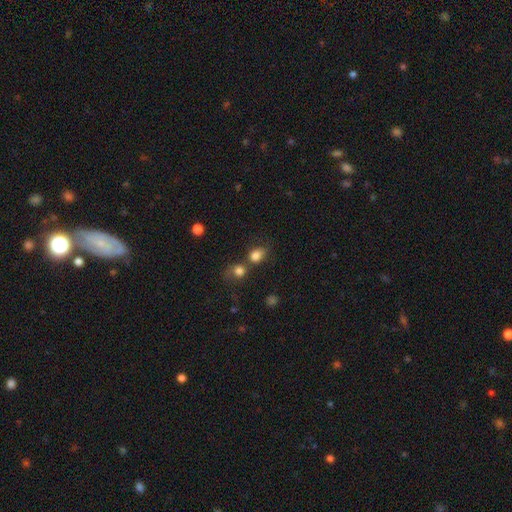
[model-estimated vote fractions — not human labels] Smooth or featured? Predicted: smooth (p=0.81). How rounded? Predicted: in between (p=0.52). Merging? Predicted: none (p=0.43).